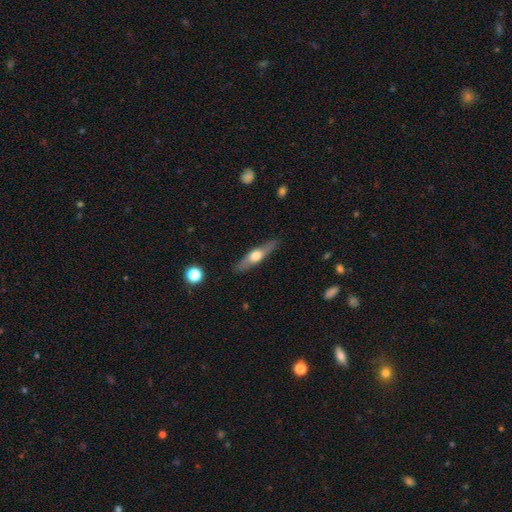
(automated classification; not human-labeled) Smooth or featured? Predicted: featured or disk (p=0.53). Edge-on disk? Predicted: yes (p=0.87). Merging? Predicted: none (p=0.86).